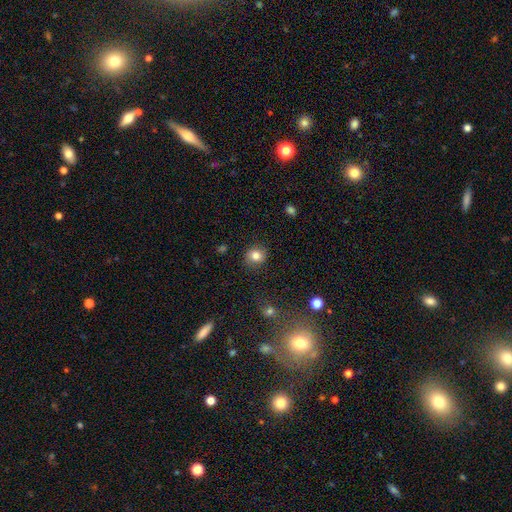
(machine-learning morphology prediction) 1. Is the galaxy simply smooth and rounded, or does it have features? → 82% smooth, 10% star or artifact, 8% featured or disk.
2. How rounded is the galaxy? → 80% round, 19% in between, 1% cigar-shaped.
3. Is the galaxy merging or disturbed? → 86% none, 10% minor disturbance, 3% major disturbance, 1% merger.